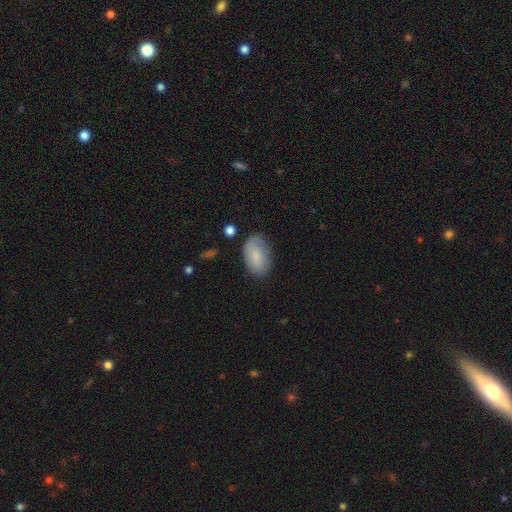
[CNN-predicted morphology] smooth-or-featured: smooth: 80% | featured or disk: 14% | star or artifact: 7%
  how-rounded: in between: 92% | round: 7% | cigar-shaped: 1%
  merging: none: 76% | minor disturbance: 18% | major disturbance: 4% | merger: 2%